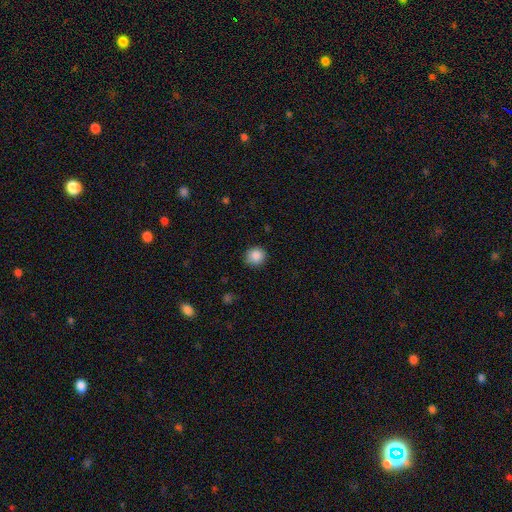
smooth_or_featured: smooth (p=0.89) [alt: featured or disk p=0.08]
how_rounded: round (p=0.85) [alt: in between p=0.15]
merging: none (p=0.92) [alt: minor disturbance p=0.05]